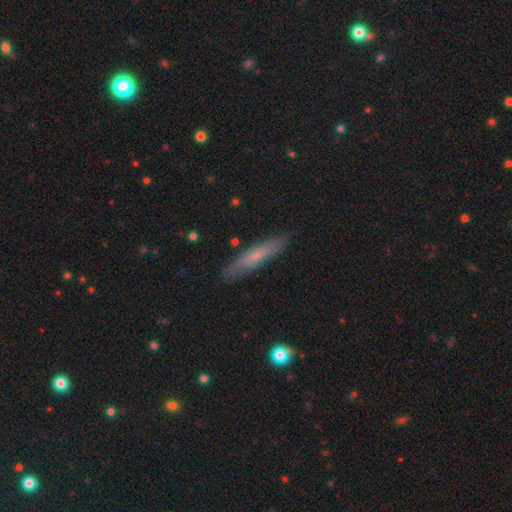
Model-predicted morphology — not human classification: A smooth galaxy with no disk features (55%) that is cigar-shaped (87%).

Vote fractions:
- Smooth or featured? smooth: 55% / featured or disk: 38% / star or artifact: 6%
- How rounded? cigar-shaped: 87% / in between: 12% / round: 2%
- Merging? none: 86% / minor disturbance: 11% / major disturbance: 2% / merger: 1%